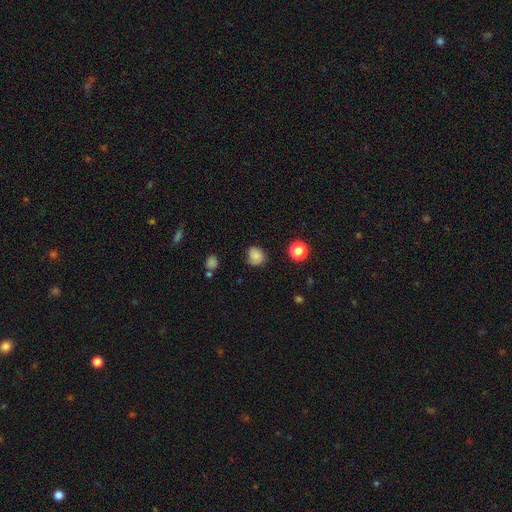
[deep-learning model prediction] smooth 78%, star or artifact 12%, featured or disk 10%. Down the decision tree: how rounded — round (74%); merging — none (72%).